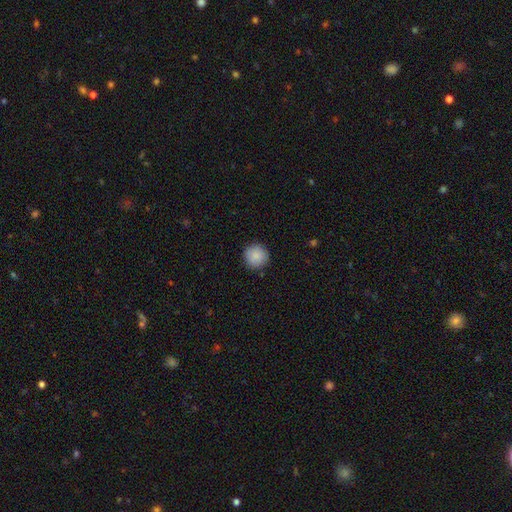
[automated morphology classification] smooth-or-featured: smooth: 88% | star or artifact: 7% | featured or disk: 5%
  how-rounded: round: 95% | in between: 4% | cigar-shaped: 1%
  merging: none: 89% | minor disturbance: 8% | major disturbance: 2% | merger: 1%